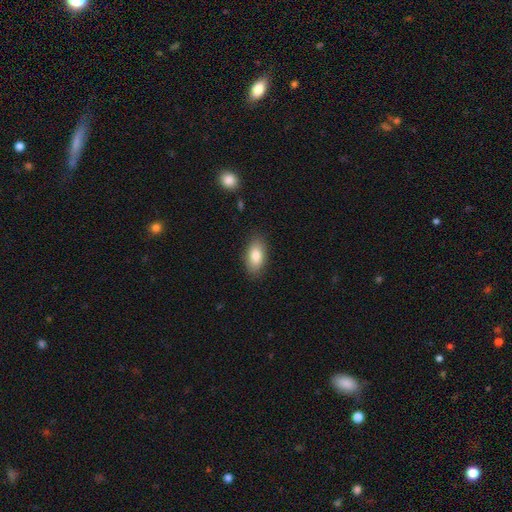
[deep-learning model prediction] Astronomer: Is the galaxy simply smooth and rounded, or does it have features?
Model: smooth — 82%.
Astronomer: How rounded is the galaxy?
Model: in between — 91%.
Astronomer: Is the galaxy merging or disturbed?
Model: none — 86%.